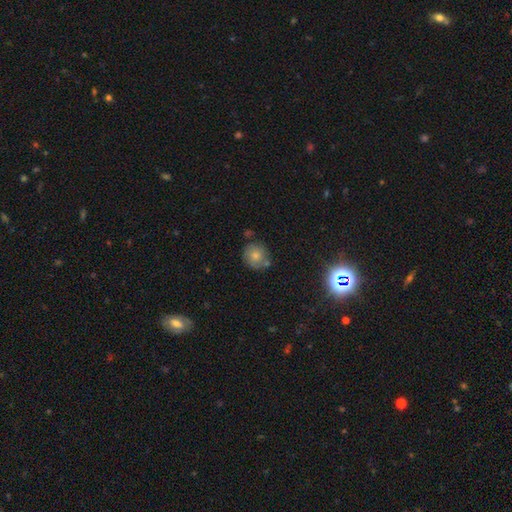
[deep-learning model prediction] Smooth or featured? Predicted: smooth (p=0.73). How rounded? Predicted: round (p=0.88). Merging? Predicted: none (p=0.69).